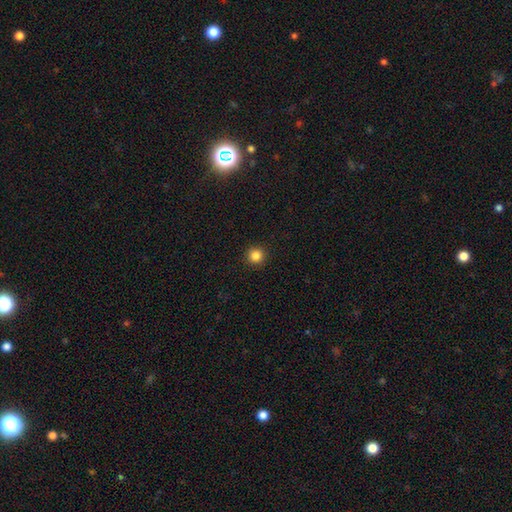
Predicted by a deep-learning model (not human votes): This appears to be a smooth galaxy with no disk features (85%) that is round (95%). Merging: none (93%).